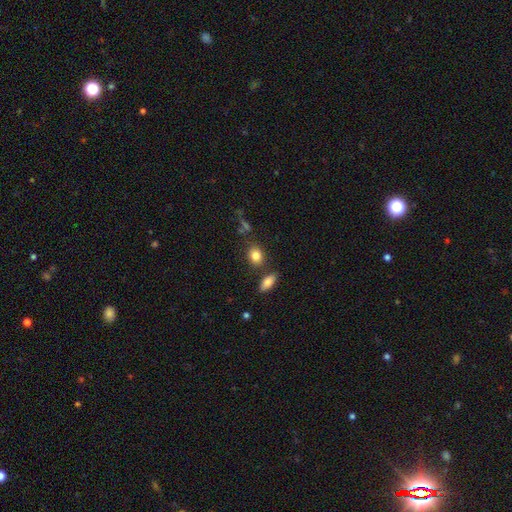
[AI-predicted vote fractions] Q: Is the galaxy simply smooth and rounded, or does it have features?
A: smooth — 84%.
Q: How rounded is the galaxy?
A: in between — 56%.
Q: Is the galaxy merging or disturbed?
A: none — 75%.